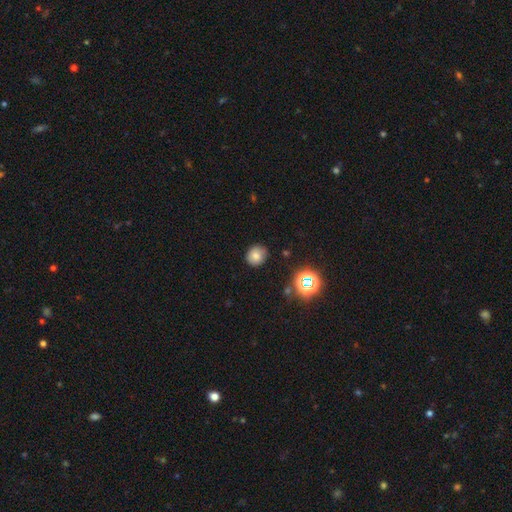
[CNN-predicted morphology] Smooth or featured?
  - smooth: 76% *
  - star or artifact: 15%
  - featured or disk: 9%
How rounded?
  - round: 79% *
  - in between: 20%
  - cigar-shaped: 1%
Merging?
  - none: 84% *
  - minor disturbance: 12%
  - major disturbance: 3%
  - merger: 2%